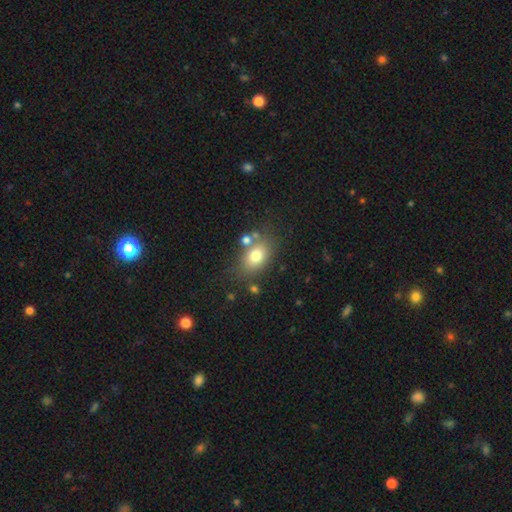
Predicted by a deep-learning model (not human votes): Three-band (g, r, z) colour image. It shows a smooth galaxy with no disk features (76%) that is in between round and cigar-shaped (77%). Merging: none (67%).